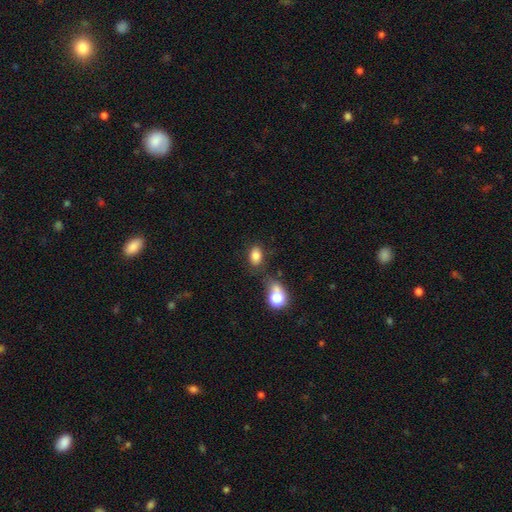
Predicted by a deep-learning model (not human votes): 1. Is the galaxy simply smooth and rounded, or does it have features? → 81% smooth, 12% star or artifact, 7% featured or disk.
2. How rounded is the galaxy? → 76% in between, 23% round, 1% cigar-shaped.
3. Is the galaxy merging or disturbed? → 66% none, 15% minor disturbance, 12% merger, 6% major disturbance.